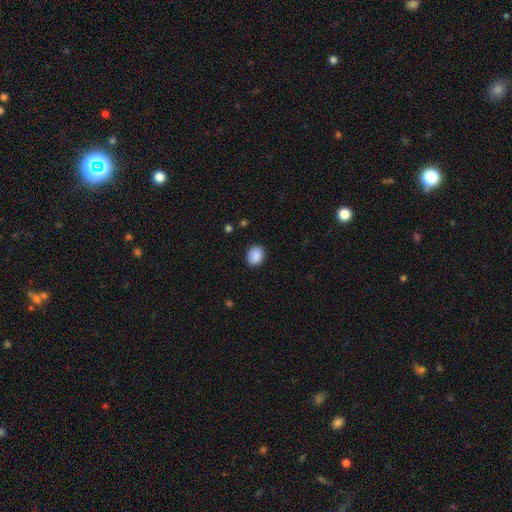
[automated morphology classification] This is clearly a smooth galaxy (88%). How rounded: possibly round (54%). Merging: clearly none (85%).